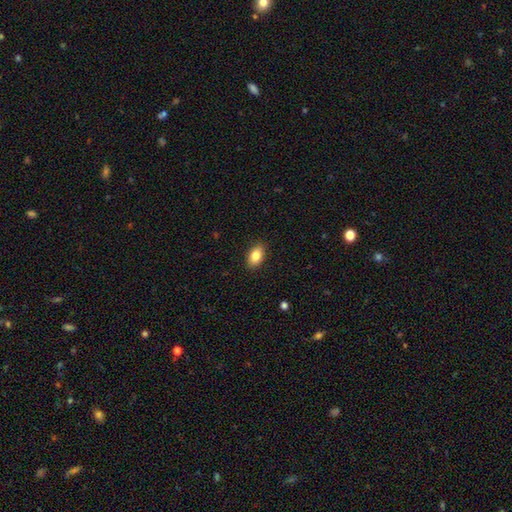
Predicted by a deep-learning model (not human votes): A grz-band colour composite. It shows a smooth galaxy with no disk features (84%) that is in between round and cigar-shaped (90%). Merging: none (89%).